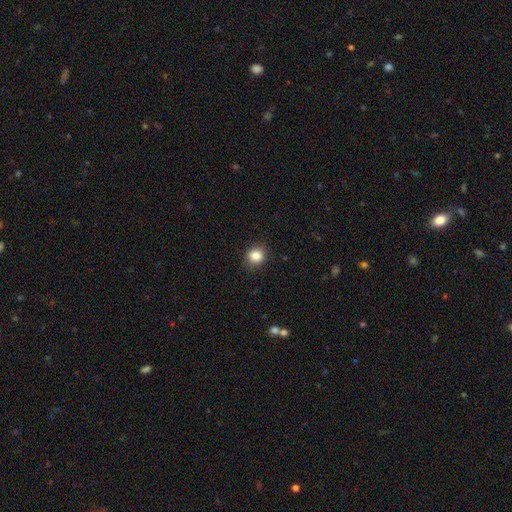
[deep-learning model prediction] This appears to be a smooth galaxy with no disk features (86%) that is round (85%). Merging: none (89%).